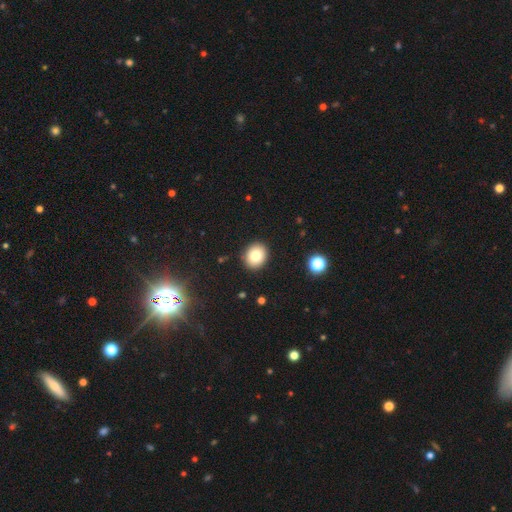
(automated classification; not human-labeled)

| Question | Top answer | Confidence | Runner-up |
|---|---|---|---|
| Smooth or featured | smooth | 80% | star or artifact (11%) |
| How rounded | round | 70% | in between (29%) |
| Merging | none | 90% | minor disturbance (7%) |